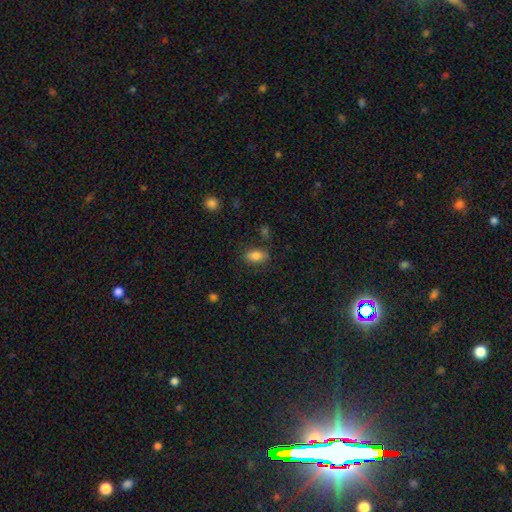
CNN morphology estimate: A smooth galaxy with no disk features (83%) that is in between round and cigar-shaped (88%).

Vote fractions:
- Smooth or featured? smooth: 83% / star or artifact: 9% / featured or disk: 9%
- How rounded? in between: 88% / round: 7% / cigar-shaped: 6%
- Merging? none: 81% / minor disturbance: 13% / major disturbance: 4% / merger: 3%